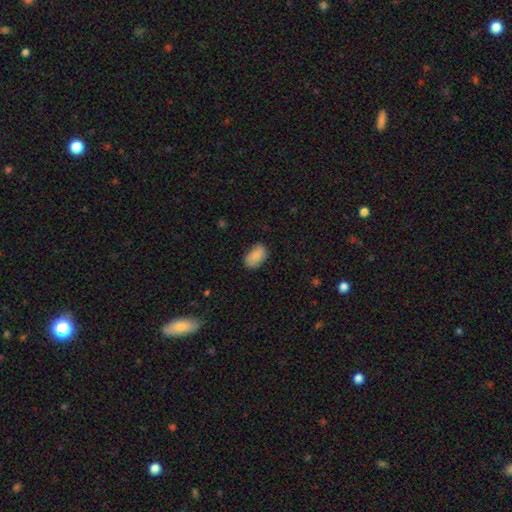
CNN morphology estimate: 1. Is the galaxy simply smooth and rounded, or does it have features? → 84% smooth, 9% featured or disk, 7% star or artifact.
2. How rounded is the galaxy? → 89% in between, 9% round, 1% cigar-shaped.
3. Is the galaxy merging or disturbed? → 70% none, 23% minor disturbance, 5% major disturbance, 2% merger.